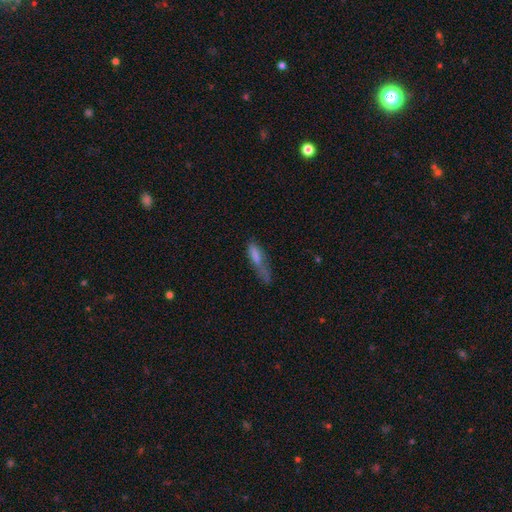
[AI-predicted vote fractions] The model was most divided on "merging": none: 38%, minor disturbance: 30%, major disturbance: 25%, merger: 7%. More confident: how rounded — cigar-shaped (72%); smooth or featured — smooth (65%).